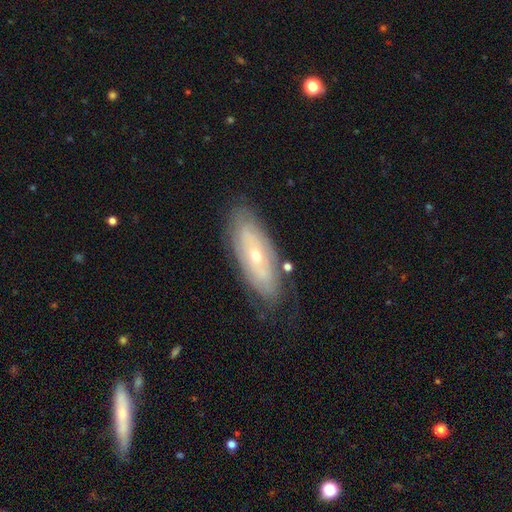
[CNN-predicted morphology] The model was most divided on "bulge size": small: 59%, moderate: 38%, large: 1%, dominant: 1%, none: 1%. More confident: edge-on disk — no (83%); bar — no (82%); merging — none (76%); smooth or featured — featured or disk (67%); spiral arms — yes (60%).